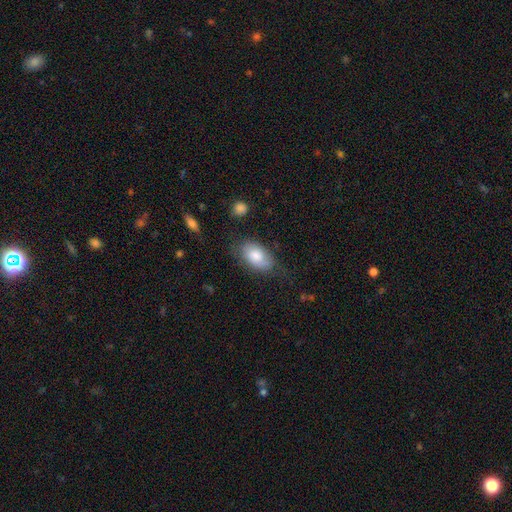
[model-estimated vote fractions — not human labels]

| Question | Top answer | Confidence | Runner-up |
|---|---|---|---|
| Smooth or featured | smooth | 75% | featured or disk (18%) |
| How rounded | in between | 91% | round (8%) |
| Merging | none | 63% | minor disturbance (26%) |